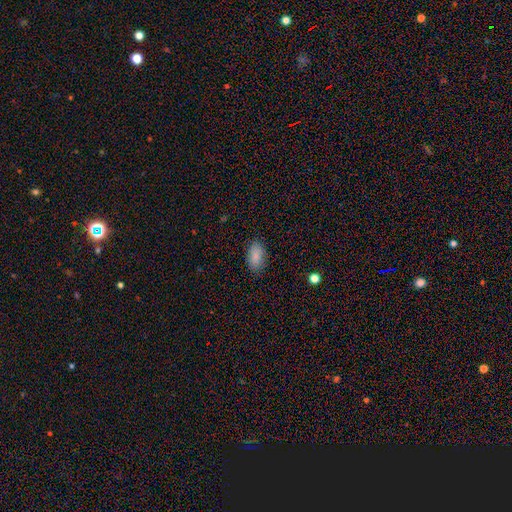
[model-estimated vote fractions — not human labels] This is clearly a smooth galaxy (87%). How rounded: clearly in between (93%). Merging: clearly none (86%).